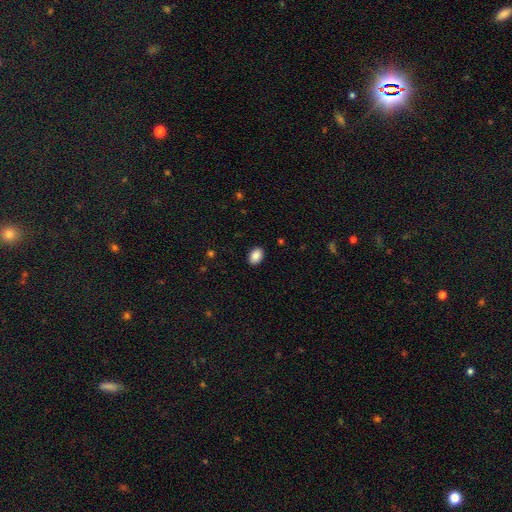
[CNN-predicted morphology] This appears to be a smooth galaxy with no disk features (89%) that is in between round and cigar-shaped (81%). Merging: none (90%).